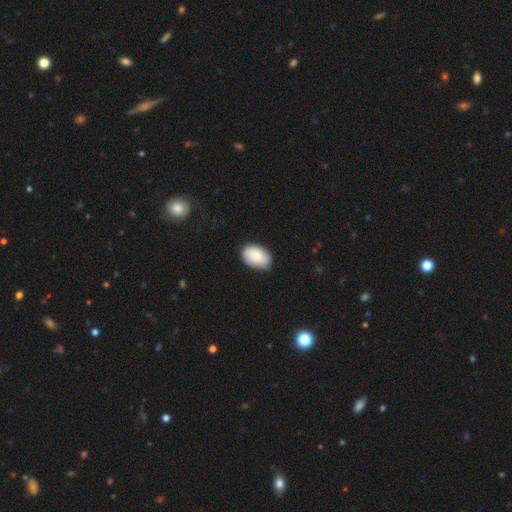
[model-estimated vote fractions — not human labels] This appears to be a smooth galaxy with no disk features (80%) that is in between round and cigar-shaped (84%). Merging: none (74%).